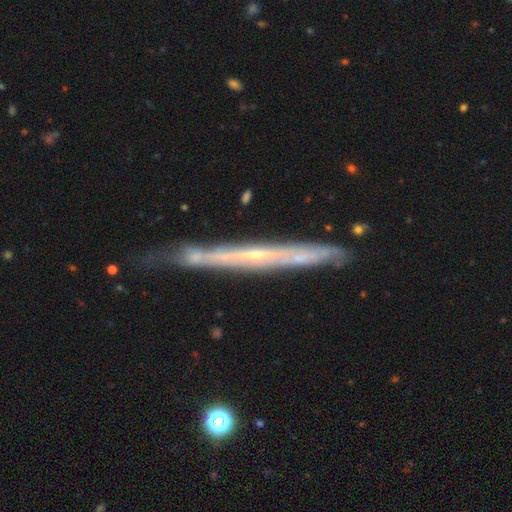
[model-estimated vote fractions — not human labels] This appears to be a featured or disk galaxy (77%) viewed edge-on (91%) with no central bulge (60%). Merging: none (69%).